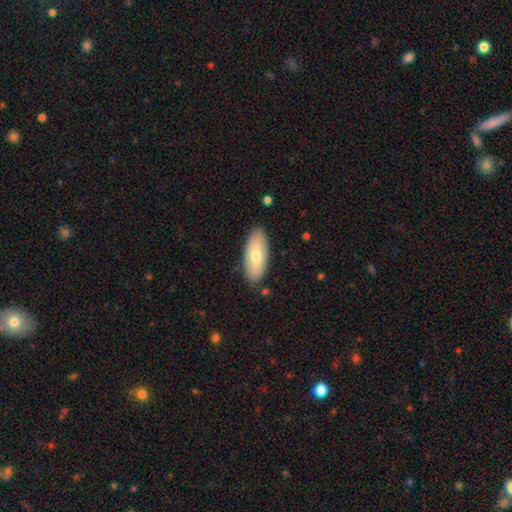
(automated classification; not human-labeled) This appears to be a smooth galaxy with no disk features (66%) that is in between round and cigar-shaped (85%). Merging: none (86%).